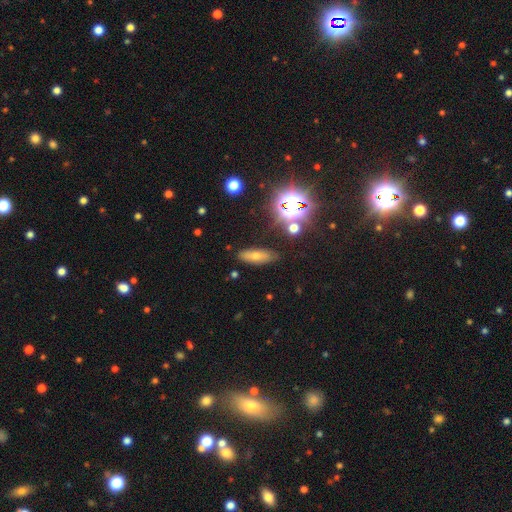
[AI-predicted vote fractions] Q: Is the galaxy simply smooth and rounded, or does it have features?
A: smooth — 46%.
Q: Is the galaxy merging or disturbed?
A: none — 85%.